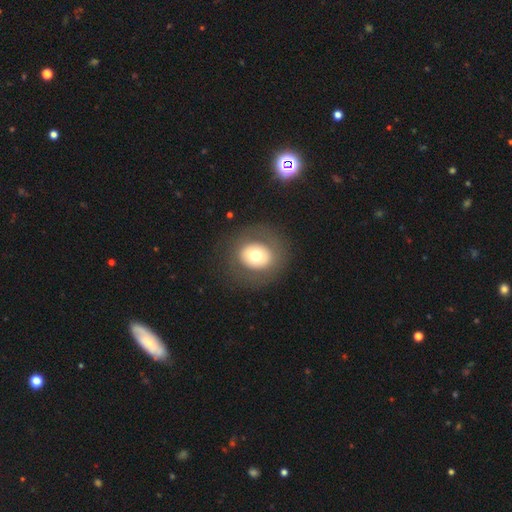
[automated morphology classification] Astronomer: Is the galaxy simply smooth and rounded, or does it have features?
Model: smooth — 61%.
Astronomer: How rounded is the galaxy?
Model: round — 79%.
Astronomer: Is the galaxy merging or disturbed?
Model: none — 83%.